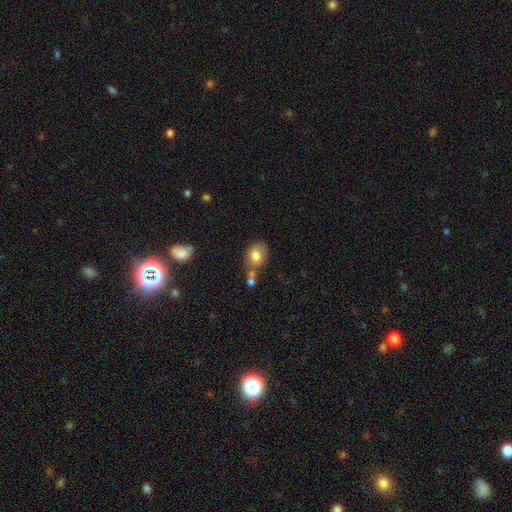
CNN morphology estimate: Q: Smooth or featured?
A: smooth (77%); runner-up: featured or disk (14%)
Q: How rounded?
A: in between (65%); runner-up: round (34%)
Q: Merging?
A: none (47%); runner-up: merger (25%)